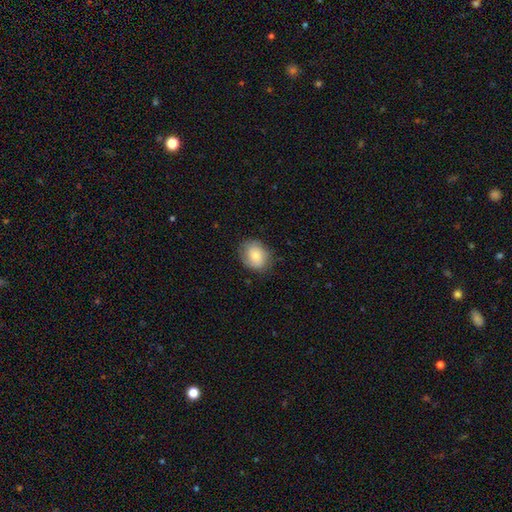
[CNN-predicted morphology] Smooth or featured? Predicted: smooth (p=0.75). How rounded? Predicted: in between (p=0.52). Merging? Predicted: none (p=0.76).